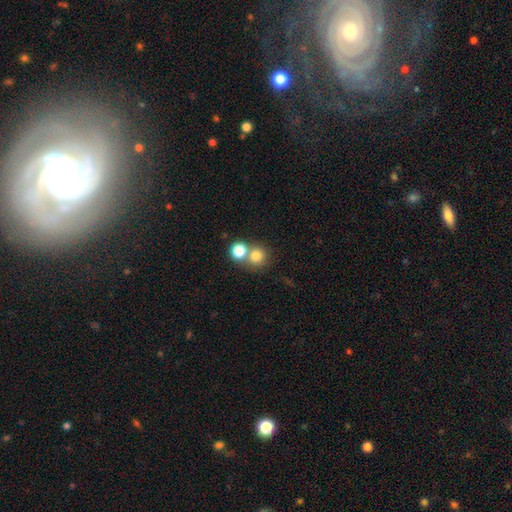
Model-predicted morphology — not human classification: Smooth or featured?
  - smooth: 77% *
  - star or artifact: 13%
  - featured or disk: 9%
How rounded?
  - round: 89% *
  - in between: 10%
  - cigar-shaped: 1%
Merging?
  - none: 52% *
  - merger: 40%
  - minor disturbance: 6%
  - major disturbance: 3%